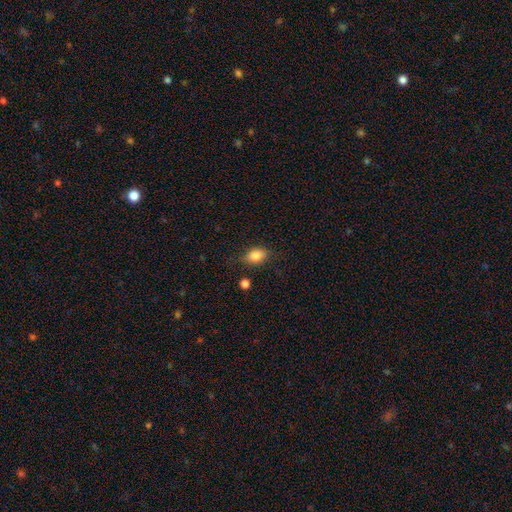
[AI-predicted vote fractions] Overall: smooth (83%). How rounded: in between (76%). Merging: none (75%).